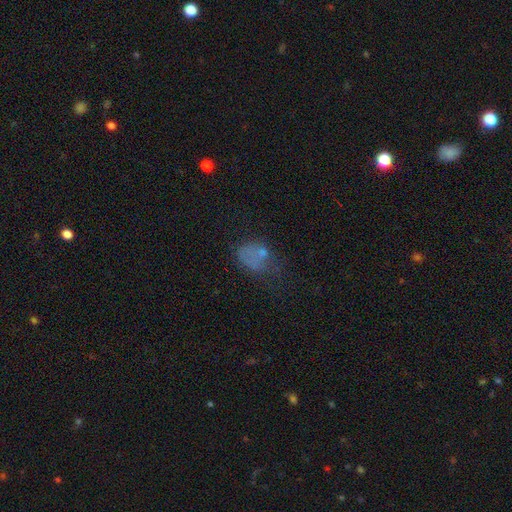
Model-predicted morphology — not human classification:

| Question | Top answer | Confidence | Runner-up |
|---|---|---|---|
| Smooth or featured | smooth | 52% | featured or disk (27%) |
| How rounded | in between | 69% | round (29%) |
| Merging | major disturbance | 37% | none (30%) |